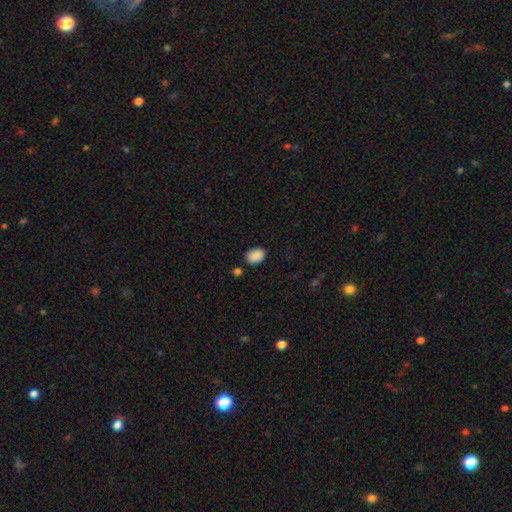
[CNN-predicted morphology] smooth 89%, star or artifact 8%, featured or disk 3%. Down the decision tree: how rounded — in between (77%); merging — none (80%).